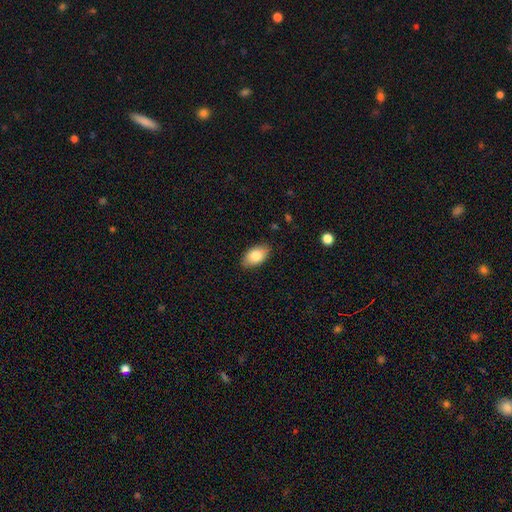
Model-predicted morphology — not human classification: Overall: smooth (83%). How rounded: in between (92%). Merging: none (85%).